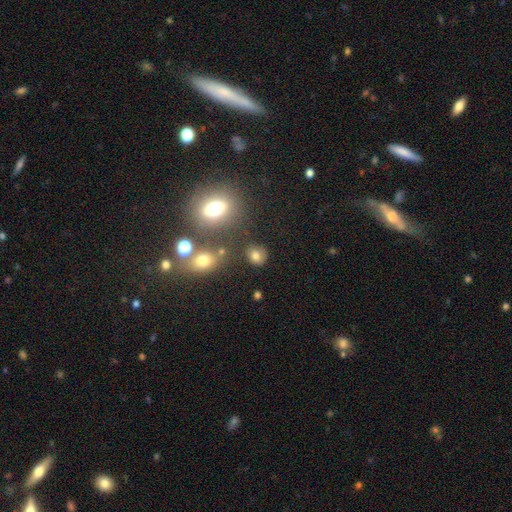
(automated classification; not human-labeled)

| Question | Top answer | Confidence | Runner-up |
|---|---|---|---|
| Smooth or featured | smooth | 75% | star or artifact (16%) |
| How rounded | round | 70% | in between (29%) |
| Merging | none | 76% | minor disturbance (12%) |